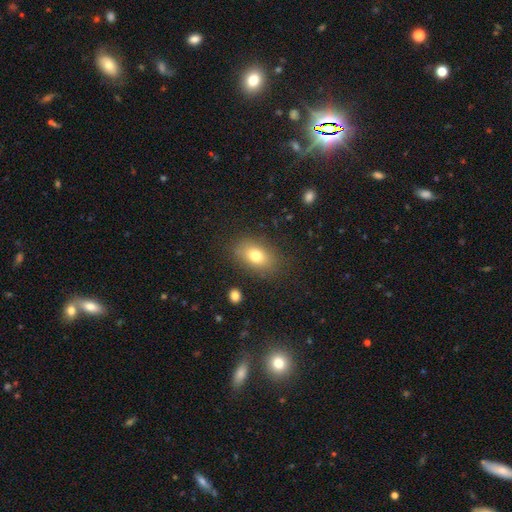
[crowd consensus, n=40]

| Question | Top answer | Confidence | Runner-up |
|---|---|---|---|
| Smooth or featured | smooth | 82% | featured or disk (10%) |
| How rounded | in between | 88% | round (12%) |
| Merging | none | 92% | major disturbance (5%) |